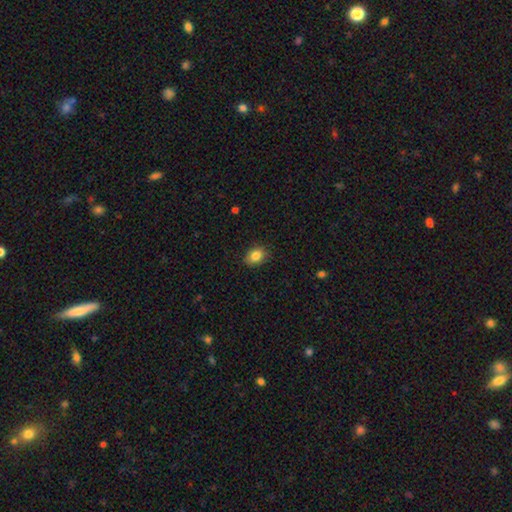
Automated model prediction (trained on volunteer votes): The model was most divided on "how rounded": in between: 62%, round: 37%, cigar-shaped: 1%. More confident: merging — none (86%); smooth or featured — smooth (85%).